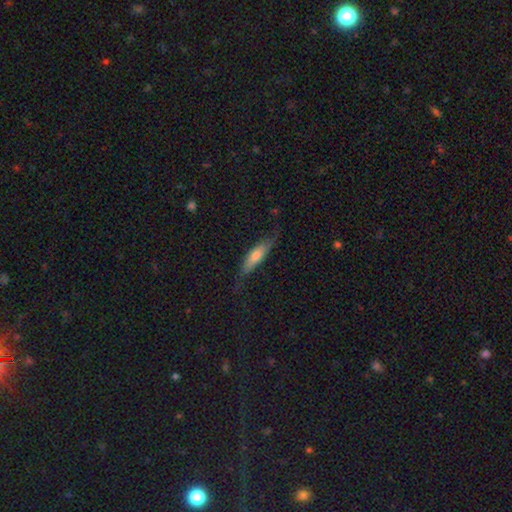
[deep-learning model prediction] smooth 56%, featured or disk 37%, star or artifact 7%. Down the decision tree: how rounded — cigar-shaped (67%); merging — none (70%).